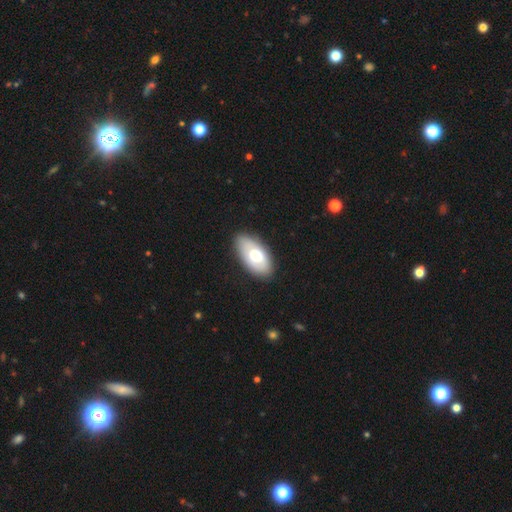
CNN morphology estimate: The model was most divided on "smooth or featured": smooth: 64%, featured or disk: 30%, star or artifact: 6%. More confident: how rounded — in between (93%); merging — none (82%).